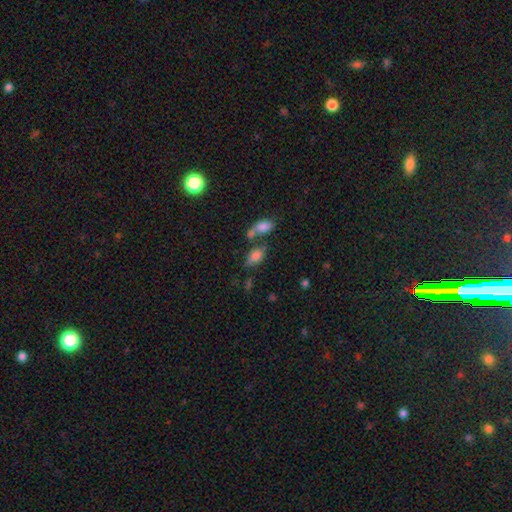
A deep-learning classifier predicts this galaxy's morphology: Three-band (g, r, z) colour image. It shows a smooth galaxy with no disk features (76%) that is in between round and cigar-shaped (89%). Merging: none (46%).